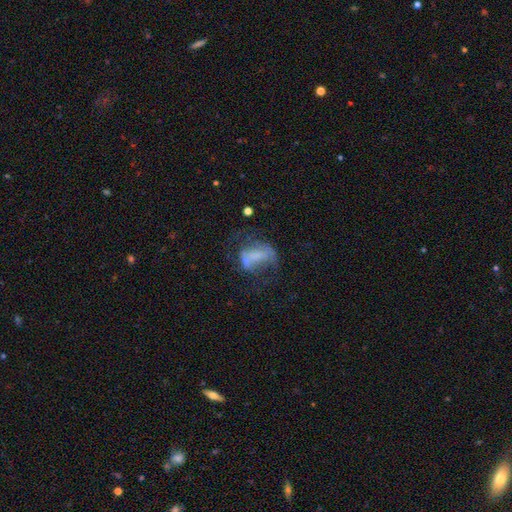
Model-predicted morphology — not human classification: A featured or disk galaxy (52%) with no bar (59%), no spiral arms (64%) and no central bulge (47%).

Vote fractions:
- Smooth or featured? featured or disk: 52% / smooth: 35% / star or artifact: 13%
- Edge-on disk? no: 96% / yes: 4%
- Bar? no: 59% / weak: 26% / strong: 15%
- Spiral arms? no: 64% / yes: 36%
- Bulge size? none: 47% / small: 25% / moderate: 19% / large: 7% / dominant: 2%
- Merging? major disturbance: 39% / none: 29% / minor disturbance: 19% / merger: 13%